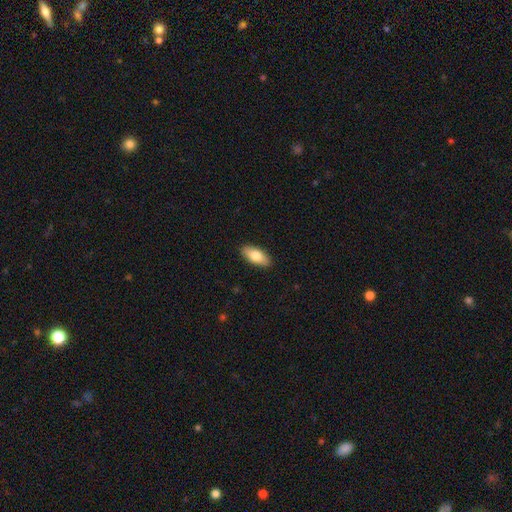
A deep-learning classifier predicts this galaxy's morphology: The model was most divided on "smooth or featured": smooth: 78%, featured or disk: 16%, star or artifact: 6%. More confident: merging — none (90%); how rounded — in between (84%).